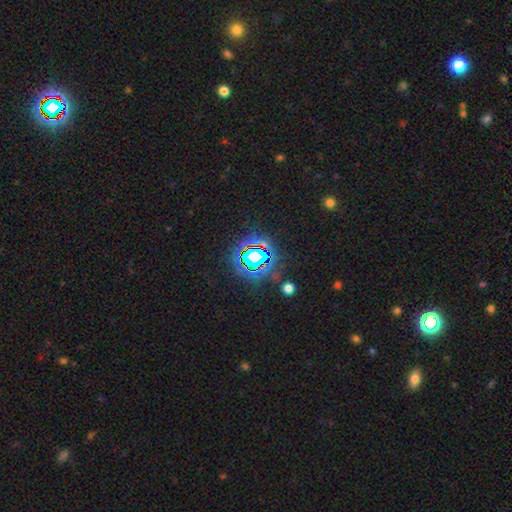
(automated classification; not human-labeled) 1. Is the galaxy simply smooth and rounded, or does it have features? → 72% star or artifact, 16% smooth, 12% featured or disk.